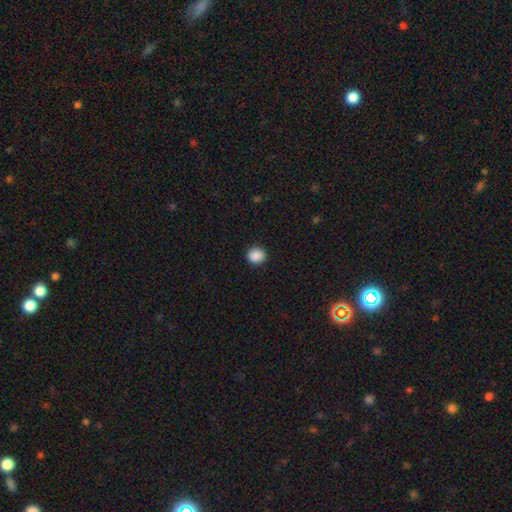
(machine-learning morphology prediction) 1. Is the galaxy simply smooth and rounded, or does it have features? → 89% smooth, 9% star or artifact, 3% featured or disk.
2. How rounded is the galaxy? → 81% round, 18% in between, 1% cigar-shaped.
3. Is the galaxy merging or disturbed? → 89% none, 8% minor disturbance, 2% major disturbance, 1% merger.